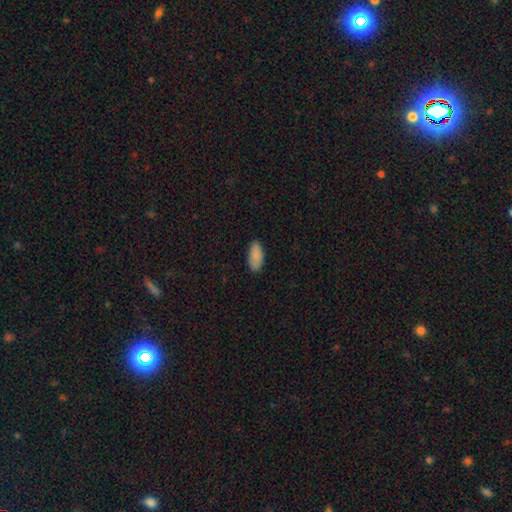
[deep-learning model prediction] A smooth galaxy with no disk features (89%) that is in between round and cigar-shaped (90%). Merging: none (85%).